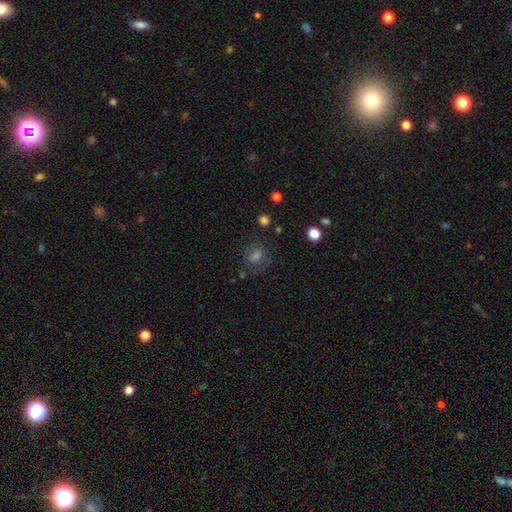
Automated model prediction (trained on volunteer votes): Smooth or featured?
  - smooth: 56% *
  - star or artifact: 28%
  - featured or disk: 16%
How rounded?
  - in between: 53% *
  - round: 44%
  - cigar-shaped: 2%
Merging?
  - none: 69% *
  - minor disturbance: 17%
  - major disturbance: 11%
  - merger: 3%